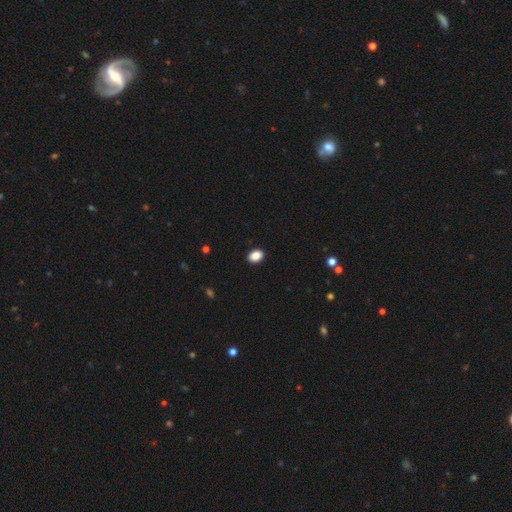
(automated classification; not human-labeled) This appears to be a smooth galaxy with no disk features (89%) that is in between round and cigar-shaped (79%). Merging: none (91%).